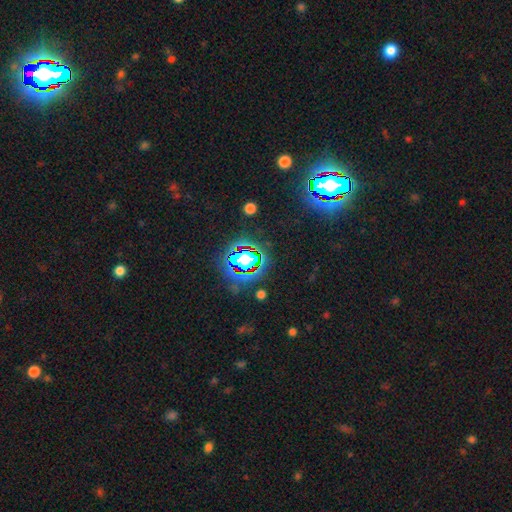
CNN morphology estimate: Q: Smooth or featured?
A: star or artifact (65%); runner-up: smooth (23%)